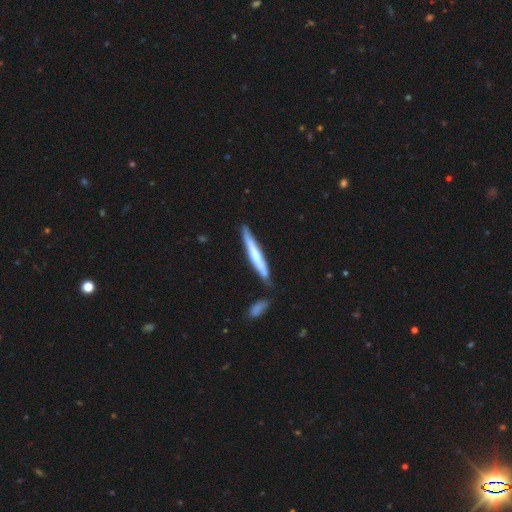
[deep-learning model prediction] smooth 49%, featured or disk 46%, star or artifact 5%. Down the decision tree: merging — none (71%).